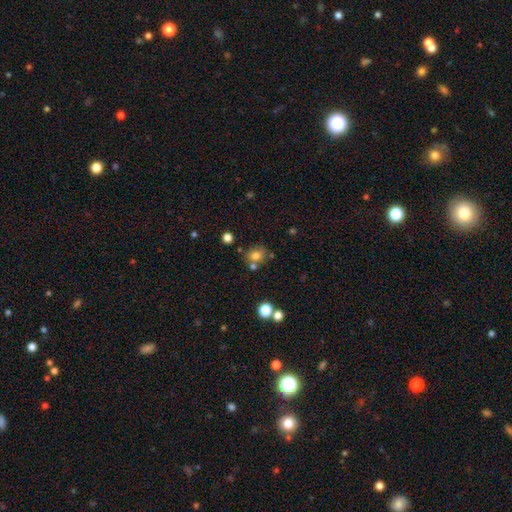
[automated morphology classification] A smooth galaxy with no disk features (75%) that is round (70%). Merging: none (65%).